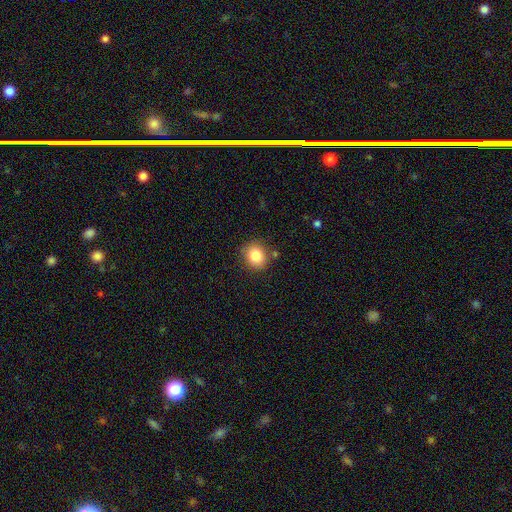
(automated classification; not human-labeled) A smooth galaxy with no disk features (83%) that is round (74%).

Vote fractions:
- Smooth or featured? smooth: 83% / star or artifact: 10% / featured or disk: 6%
- How rounded? round: 74% / in between: 25% / cigar-shaped: 1%
- Merging? none: 83% / minor disturbance: 11% / merger: 3% / major disturbance: 3%